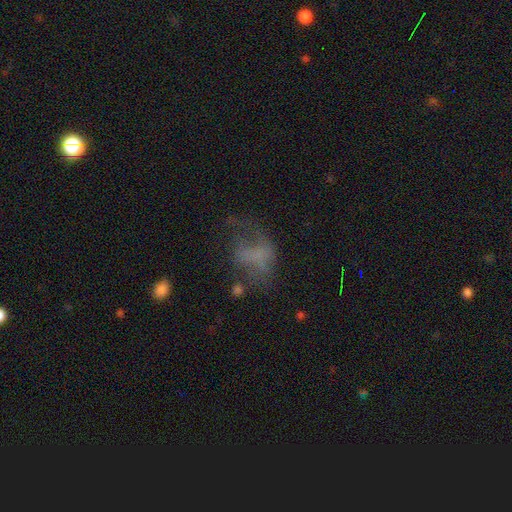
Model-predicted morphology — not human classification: The model was most divided on "smooth or featured": featured or disk: 42%, smooth: 39%, star or artifact: 19%. Remaining: merging — major disturbance (43%).